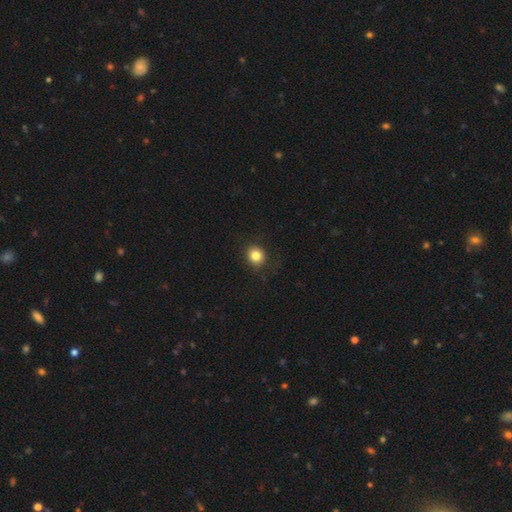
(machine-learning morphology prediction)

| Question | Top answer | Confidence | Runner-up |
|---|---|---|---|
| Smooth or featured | smooth | 83% | star or artifact (11%) |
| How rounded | round | 80% | in between (19%) |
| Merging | none | 87% | minor disturbance (9%) |